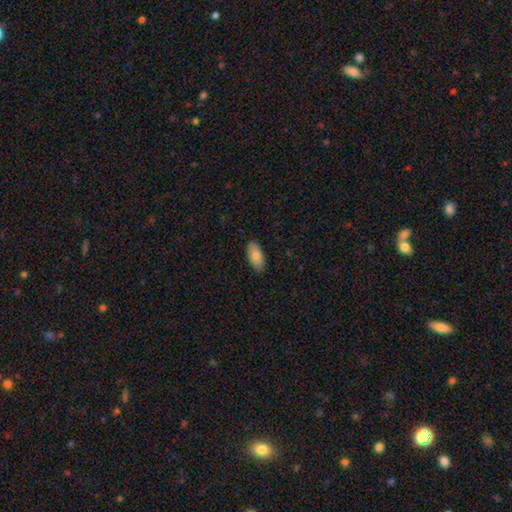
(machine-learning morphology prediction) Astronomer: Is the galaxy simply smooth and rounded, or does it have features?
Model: smooth — 84%.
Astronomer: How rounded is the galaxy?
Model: in between — 92%.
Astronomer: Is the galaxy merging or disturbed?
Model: none — 87%.